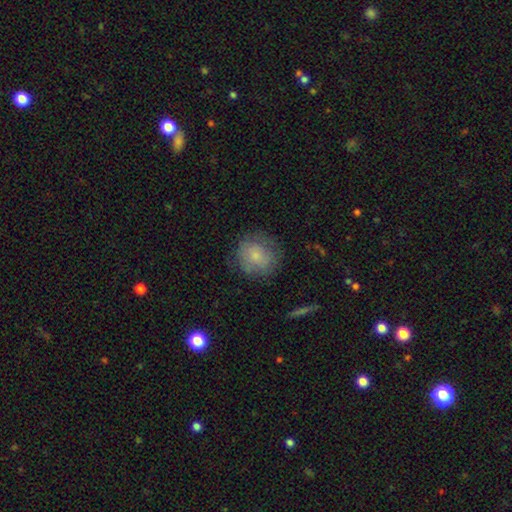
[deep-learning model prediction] smooth-or-featured: smooth: 74% | featured or disk: 18% | star or artifact: 8%
  how-rounded: round: 84% | in between: 15% | cigar-shaped: 1%
  merging: none: 70% | minor disturbance: 21% | major disturbance: 8% | merger: 2%